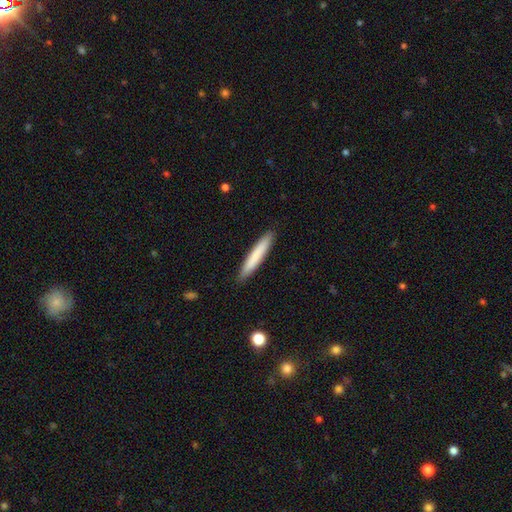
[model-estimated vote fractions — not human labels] Overall: smooth (77%). How rounded: cigar-shaped (95%). Merging: none (91%).